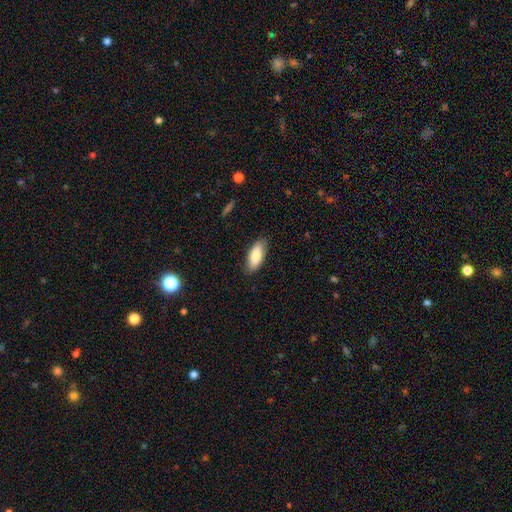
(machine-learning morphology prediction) Smooth or featured?
  - smooth: 83% *
  - featured or disk: 11%
  - star or artifact: 6%
How rounded?
  - in between: 82% *
  - cigar-shaped: 16%
  - round: 2%
Merging?
  - none: 85% *
  - minor disturbance: 11%
  - major disturbance: 2%
  - merger: 1%